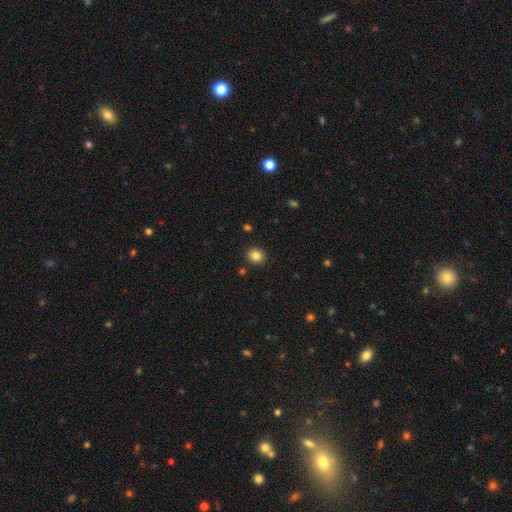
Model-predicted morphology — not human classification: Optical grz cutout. It shows a smooth galaxy with no disk features (84%) that is round (63%). Merging: none (89%).